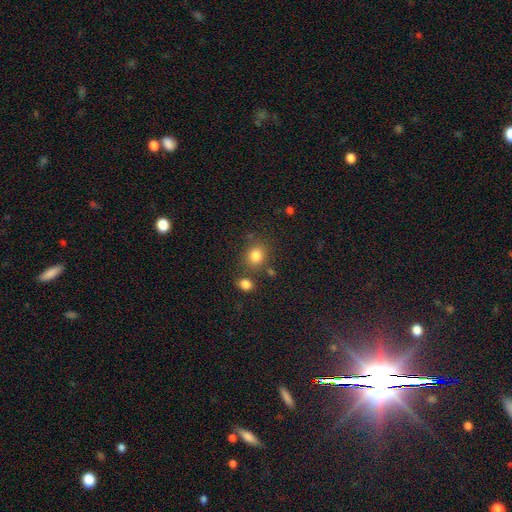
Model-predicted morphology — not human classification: Smooth or featured: smooth — 82% (star or artifact — 12%)
How rounded: round — 75% (in between — 24%)
Merging: none — 74% (merger — 11%)